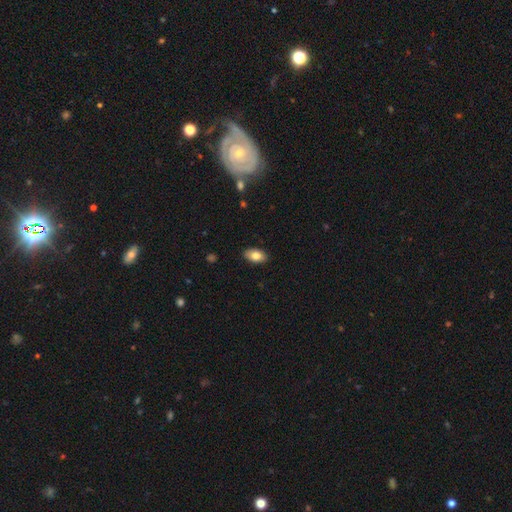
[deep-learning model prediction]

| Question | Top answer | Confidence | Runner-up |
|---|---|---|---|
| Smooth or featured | smooth | 80% | featured or disk (12%) |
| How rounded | in between | 92% | round (6%) |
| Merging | none | 88% | minor disturbance (9%) |